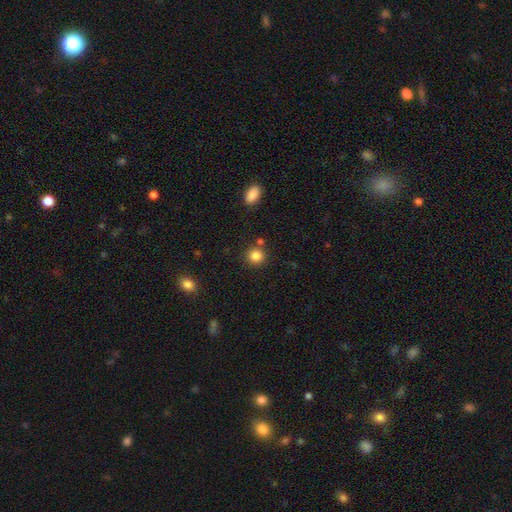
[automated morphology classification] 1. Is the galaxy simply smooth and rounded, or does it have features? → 84% smooth, 11% star or artifact, 5% featured or disk.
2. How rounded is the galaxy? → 89% round, 10% in between, 1% cigar-shaped.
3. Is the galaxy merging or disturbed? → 78% none, 10% merger, 9% minor disturbance, 3% major disturbance.